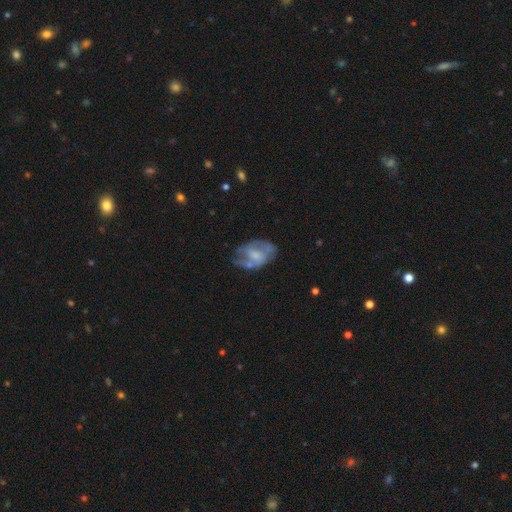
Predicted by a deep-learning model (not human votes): featured or disk 59%, smooth 34%, star or artifact 7%. Down the decision tree: edge-on disk — no (96%); bar — no (57%); spiral arms — no (51%); bulge size — moderate (38%); merging — none (43%).